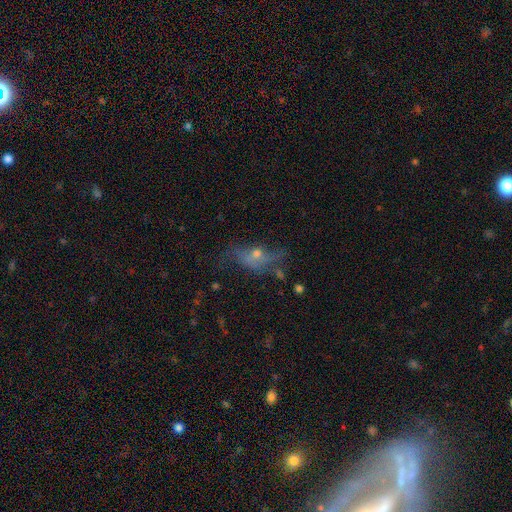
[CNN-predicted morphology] smooth_or_featured: featured or disk (p=0.46) [alt: smooth p=0.35]
merging: none (p=0.40) [alt: major disturbance p=0.30]